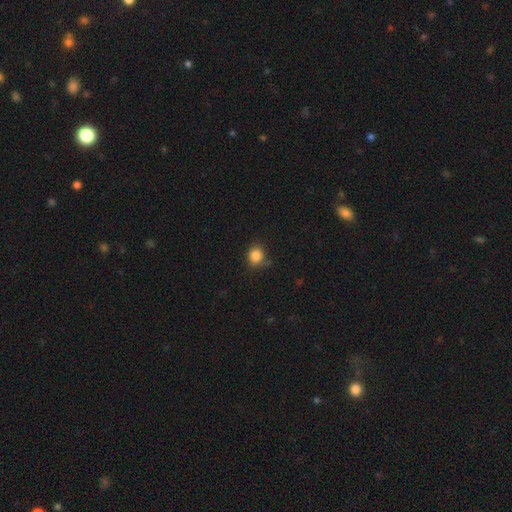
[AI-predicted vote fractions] Smooth or featured: smooth — 85% (star or artifact — 11%)
How rounded: round — 79% (in between — 20%)
Merging: none — 74% (minor disturbance — 19%)